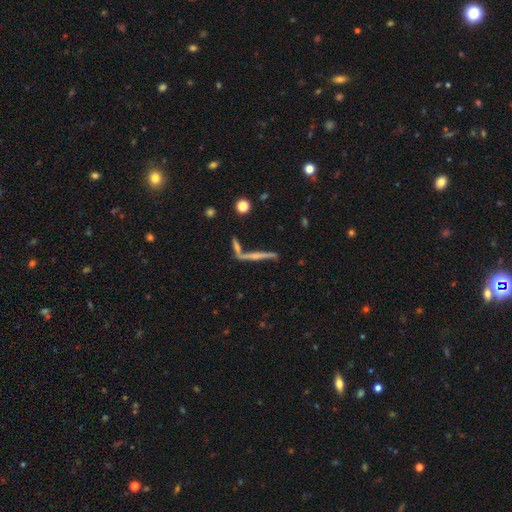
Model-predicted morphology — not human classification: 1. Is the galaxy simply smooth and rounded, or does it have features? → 63% featured or disk, 28% smooth, 10% star or artifact.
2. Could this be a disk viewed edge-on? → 92% yes, 8% no.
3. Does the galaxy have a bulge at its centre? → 45% rounded, 44% none, 11% boxy.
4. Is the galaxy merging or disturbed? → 65% none, 18% merger, 13% minor disturbance, 5% major disturbance.